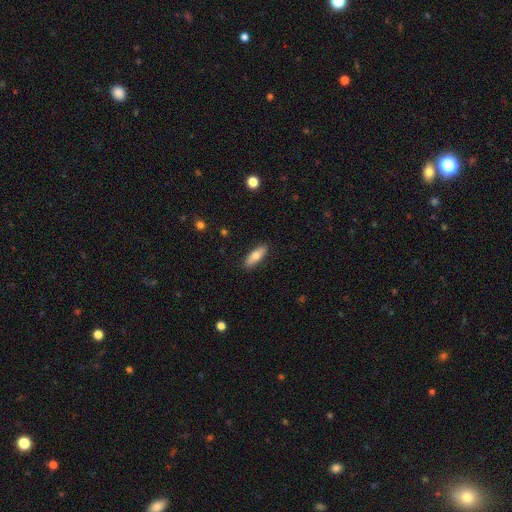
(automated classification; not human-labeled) Smooth or featured: smooth — 70% (featured or disk — 24%)
How rounded: in between — 58% (cigar-shaped — 40%)
Merging: none — 87% (minor disturbance — 10%)